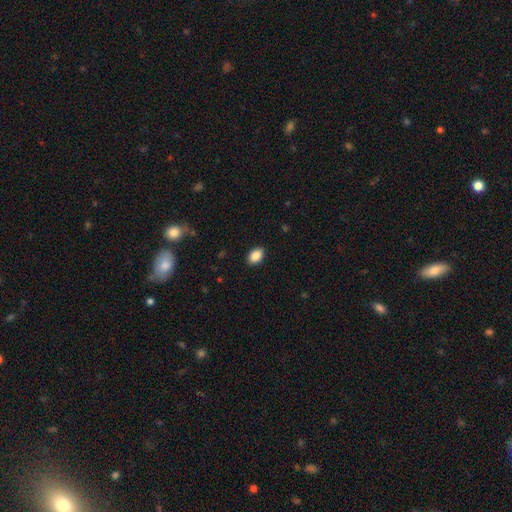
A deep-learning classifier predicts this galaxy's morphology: Q: Smooth or featured?
A: smooth (87%); runner-up: star or artifact (8%)
Q: How rounded?
A: in between (84%); runner-up: round (14%)
Q: Merging?
A: none (90%); runner-up: minor disturbance (8%)